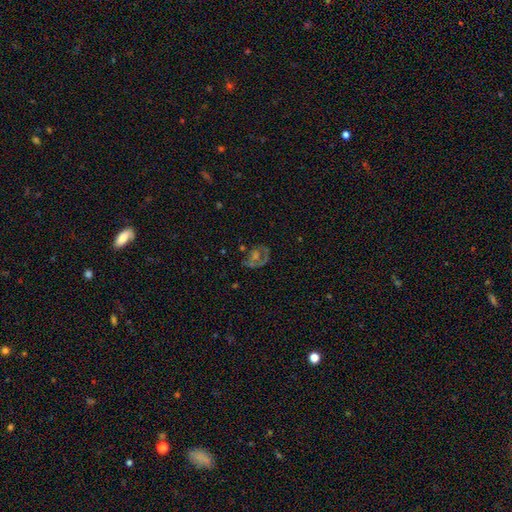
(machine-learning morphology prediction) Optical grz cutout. It shows a featured or disk galaxy (56%) with no bar (78%), no spiral arms (50%, tied with yes) and a moderate central bulge (42%). Merging: none (55%).